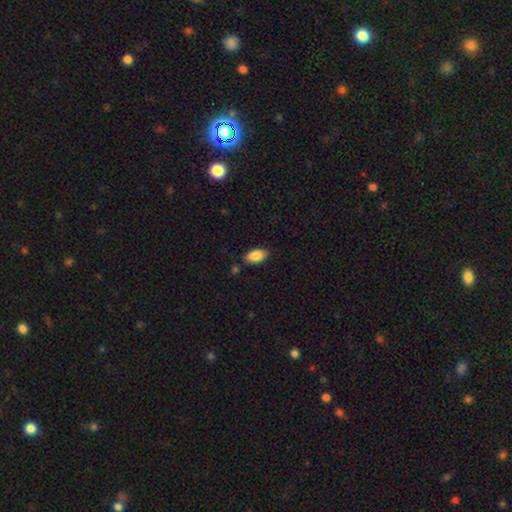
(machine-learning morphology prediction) A smooth galaxy with no disk features (87%) that is in between round and cigar-shaped (93%).

Vote fractions:
- Smooth or featured? smooth: 87% / star or artifact: 7% / featured or disk: 6%
- How rounded? in between: 93% / round: 5% / cigar-shaped: 2%
- Merging? none: 82% / minor disturbance: 12% / merger: 3% / major disturbance: 3%